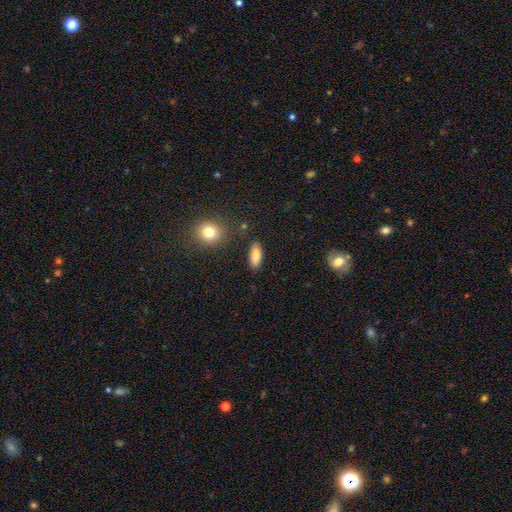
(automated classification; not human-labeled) Smooth or featured: smooth — 85% (star or artifact — 8%)
How rounded: in between — 82% (cigar-shaped — 15%)
Merging: none — 85% (minor disturbance — 10%)